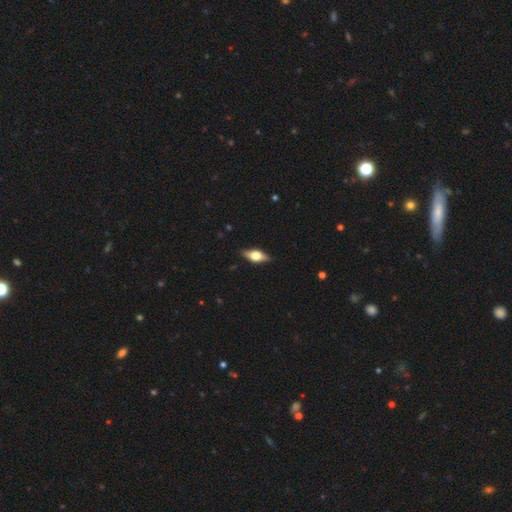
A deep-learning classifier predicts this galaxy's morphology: featured or disk 54%, smooth 39%, star or artifact 7%. Down the decision tree: edge-on disk — yes (91%); merging — none (86%).